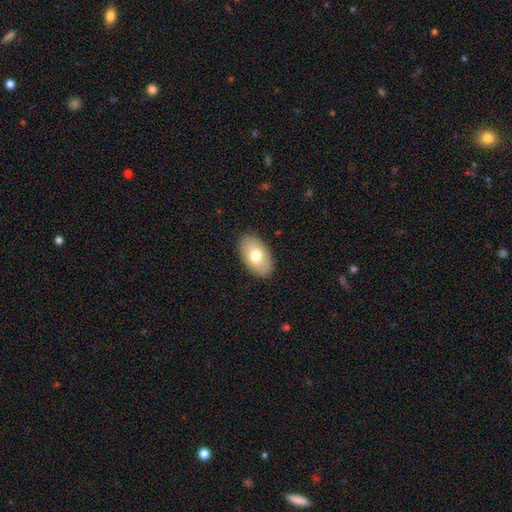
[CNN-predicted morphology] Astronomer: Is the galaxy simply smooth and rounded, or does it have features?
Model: smooth — 73%.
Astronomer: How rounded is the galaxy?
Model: in between — 94%.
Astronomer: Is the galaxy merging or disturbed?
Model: none — 88%.